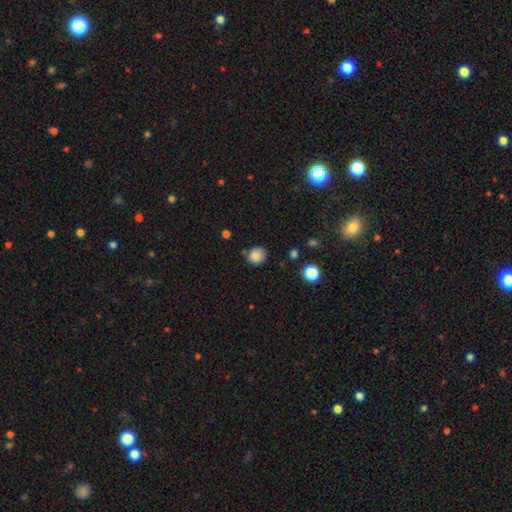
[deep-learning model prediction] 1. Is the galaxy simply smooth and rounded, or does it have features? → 84% smooth, 10% star or artifact, 5% featured or disk.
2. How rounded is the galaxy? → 82% round, 17% in between, 1% cigar-shaped.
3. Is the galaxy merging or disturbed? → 74% none, 19% minor disturbance, 4% major disturbance, 3% merger.